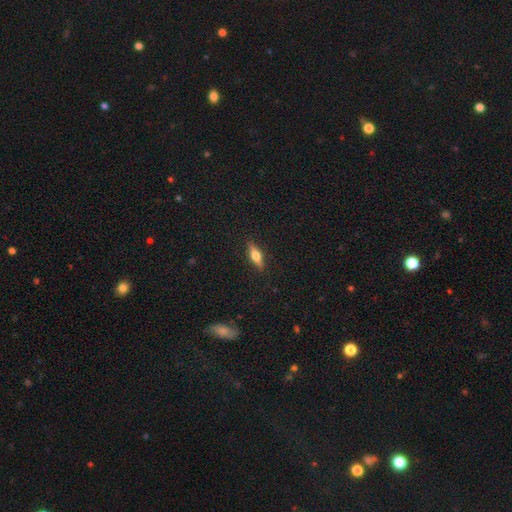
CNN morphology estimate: This appears to be a smooth galaxy with no disk features (51%) that is cigar-shaped (51%). Merging: none (88%).